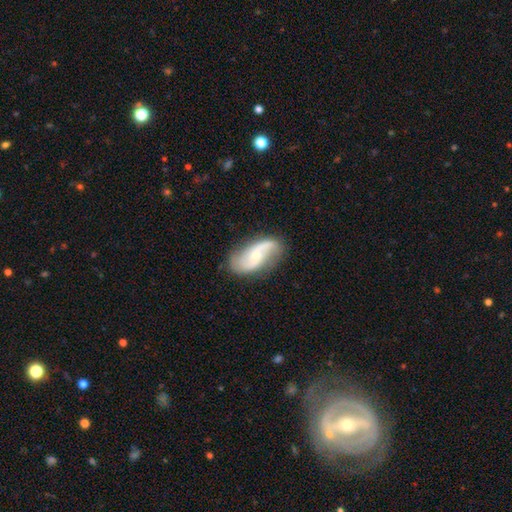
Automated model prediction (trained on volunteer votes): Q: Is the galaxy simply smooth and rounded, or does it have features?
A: featured or disk — 79%.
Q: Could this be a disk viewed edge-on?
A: no — 95%.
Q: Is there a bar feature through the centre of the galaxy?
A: no — 58%.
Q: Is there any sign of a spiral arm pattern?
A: yes — 93%.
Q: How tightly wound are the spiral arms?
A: loose — 57%.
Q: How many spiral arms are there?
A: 2 — 88%.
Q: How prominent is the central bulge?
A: small — 59%.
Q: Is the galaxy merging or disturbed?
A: none — 76%.